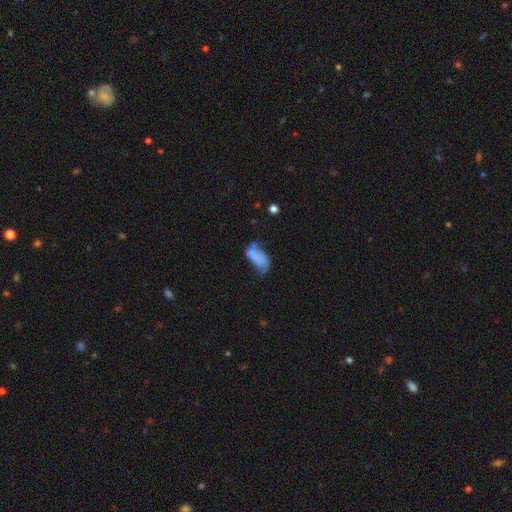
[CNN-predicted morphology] Overall: smooth (55%; featured or disk 31%). How rounded: in between (86%). Merging: merger (28%; major disturbance 26%).